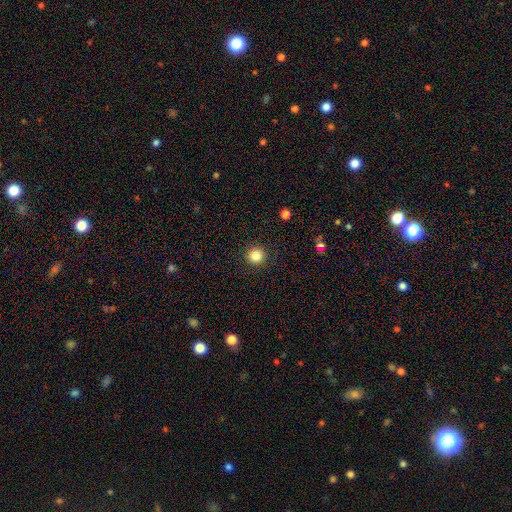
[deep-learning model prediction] A smooth galaxy with no disk features (84%) that is round (94%). Merging: none (91%).